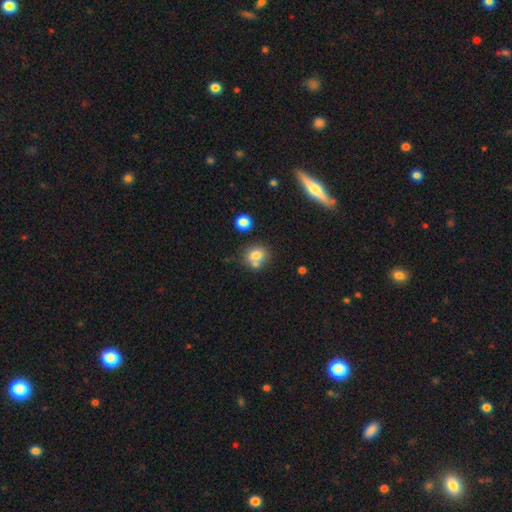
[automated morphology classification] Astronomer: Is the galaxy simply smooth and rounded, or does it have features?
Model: smooth — 76%.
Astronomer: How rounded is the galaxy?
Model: round — 68%.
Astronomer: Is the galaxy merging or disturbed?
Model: none — 57%.